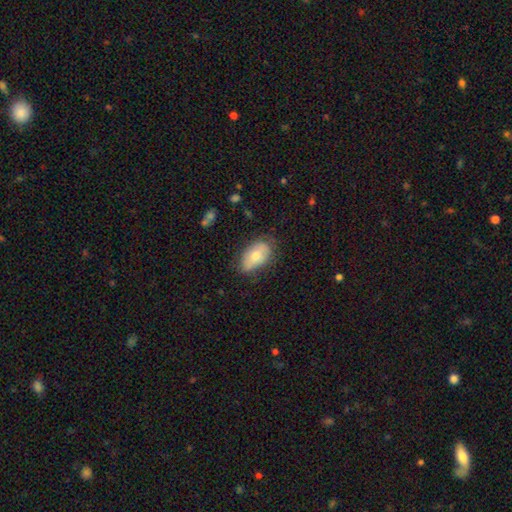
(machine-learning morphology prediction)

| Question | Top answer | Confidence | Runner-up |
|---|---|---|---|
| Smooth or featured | smooth | 66% | featured or disk (26%) |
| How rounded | in between | 92% | round (6%) |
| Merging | none | 70% | minor disturbance (24%) |